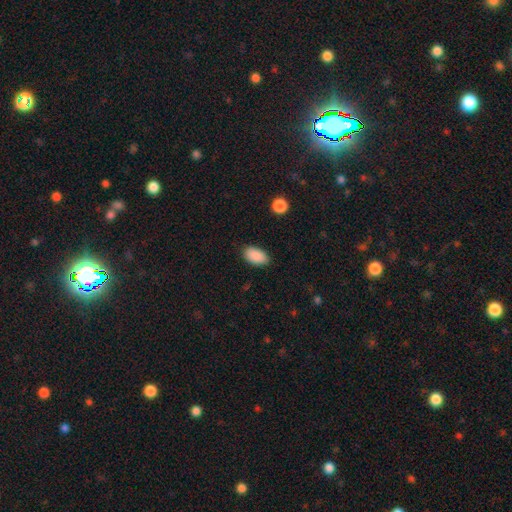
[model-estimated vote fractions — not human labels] smooth 90%, star or artifact 7%, featured or disk 3%. Down the decision tree: how rounded — in between (94%); merging — none (86%).